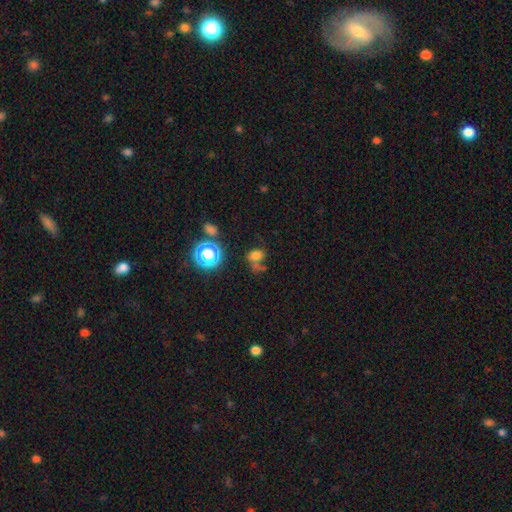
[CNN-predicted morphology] smooth 62%, star or artifact 22%, featured or disk 17%. Down the decision tree: how rounded — in between (53%); merging — none (37%).